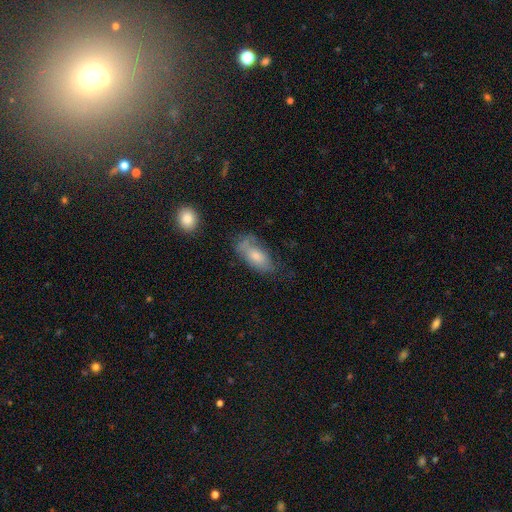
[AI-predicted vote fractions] smooth_or_featured: smooth (p=0.67) [alt: featured or disk p=0.25]
how_rounded: in between (p=0.87) [alt: cigar-shaped p=0.10]
merging: none (p=0.44) [alt: minor disturbance p=0.30]